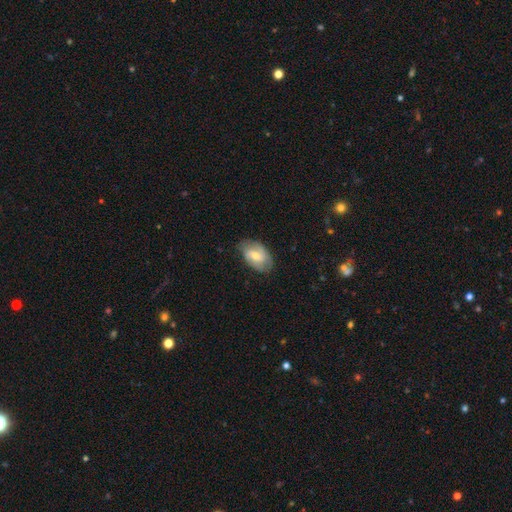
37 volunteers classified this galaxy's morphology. smooth 49% (tied), featured or disk 49% (tied), star or artifact 3%. Down the decision tree: how rounded — in between (94%); merging — none (67%).